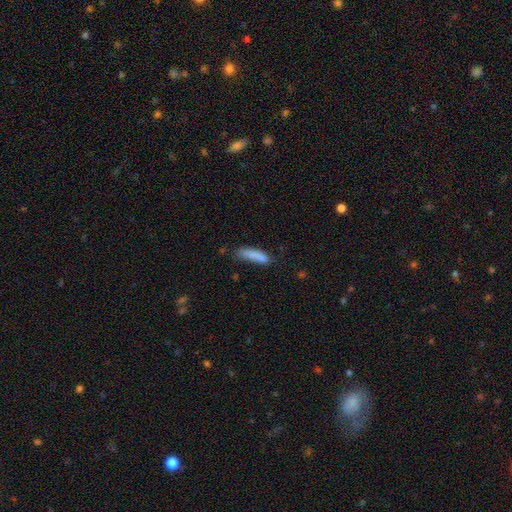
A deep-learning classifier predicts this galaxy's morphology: Overall: smooth (83%). How rounded: cigar-shaped (78%). Merging: none (61%; minor disturbance 26%).